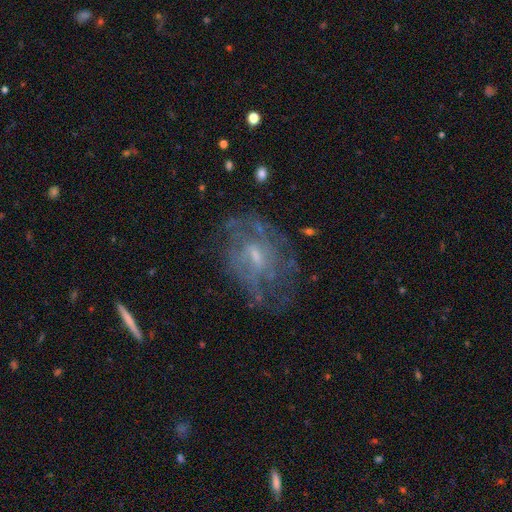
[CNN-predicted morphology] Smooth or featured? Predicted: featured or disk (p=0.69). Edge-on disk? Predicted: no (p=0.96). Bar? Predicted: no (p=0.50). Spiral arms? Predicted: yes (p=0.55). Bulge size? Predicted: small (p=0.53). Merging? Predicted: none (p=0.58).